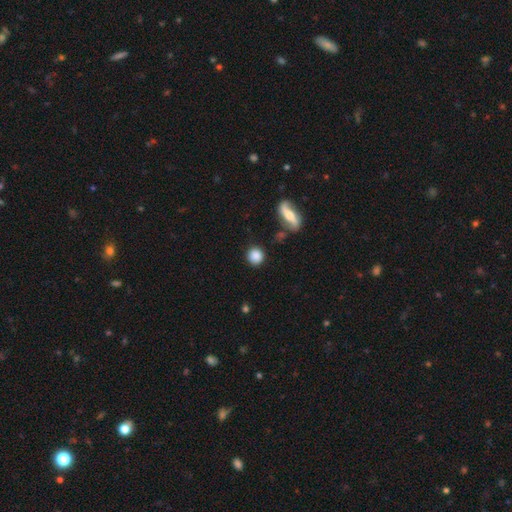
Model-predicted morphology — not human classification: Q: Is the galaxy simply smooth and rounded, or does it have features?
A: smooth — 83%.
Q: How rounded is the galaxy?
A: round — 90%.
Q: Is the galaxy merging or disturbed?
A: none — 82%.